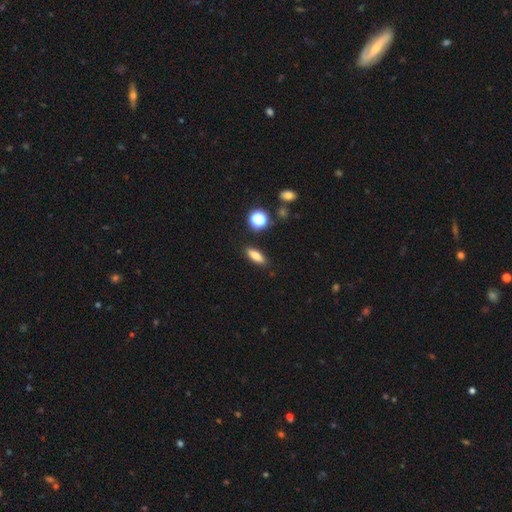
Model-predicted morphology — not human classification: type=smooth (78%); roundness=in between (61%); merging=none (87%).